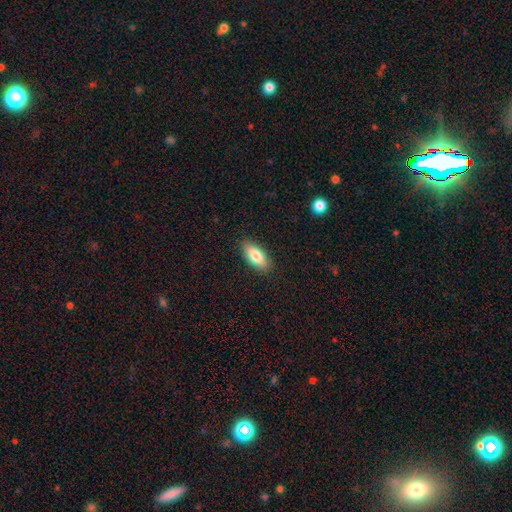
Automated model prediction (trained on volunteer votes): smooth 80%, featured or disk 14%, star or artifact 6%. Down the decision tree: how rounded — in between (84%); merging — none (89%).